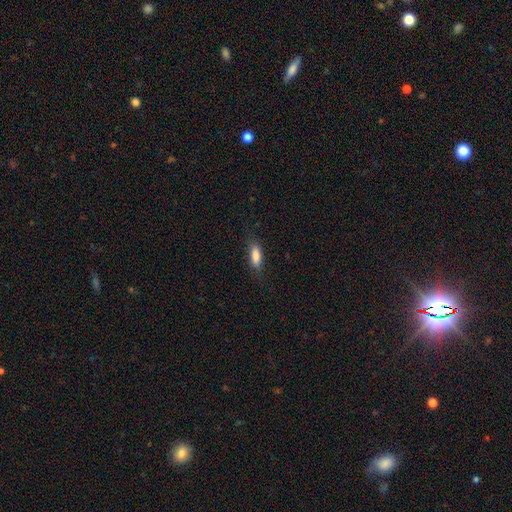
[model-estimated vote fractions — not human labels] A smooth galaxy with no disk features (81%) that is in between round and cigar-shaped (59%).

Vote fractions:
- Smooth or featured? smooth: 81% / featured or disk: 12% / star or artifact: 7%
- How rounded? in between: 59% / cigar-shaped: 38% / round: 2%
- Merging? none: 77% / minor disturbance: 17% / major disturbance: 5% / merger: 1%